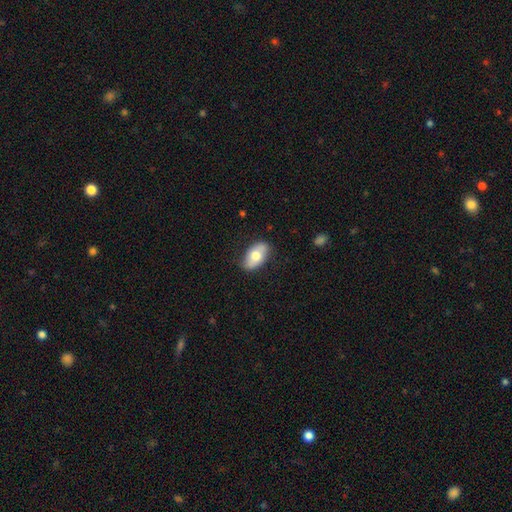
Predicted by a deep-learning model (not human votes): smooth-or-featured: smooth: 67% | featured or disk: 27% | star or artifact: 6%
  how-rounded: in between: 92% | round: 5% | cigar-shaped: 2%
  merging: none: 81% | minor disturbance: 15% | major disturbance: 3% | merger: 1%